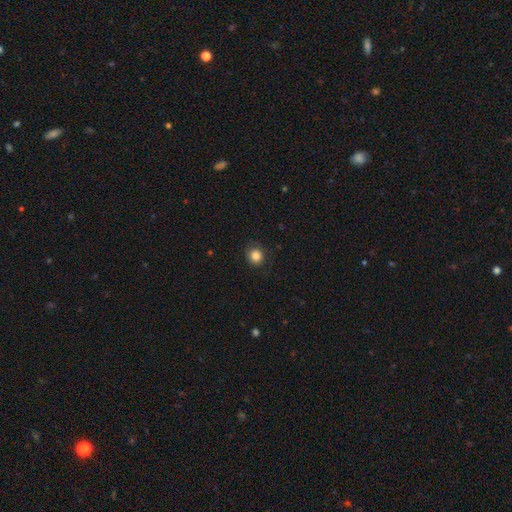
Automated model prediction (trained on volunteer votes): smooth 85%, star or artifact 10%, featured or disk 4%. Down the decision tree: how rounded — round (86%); merging — none (86%).